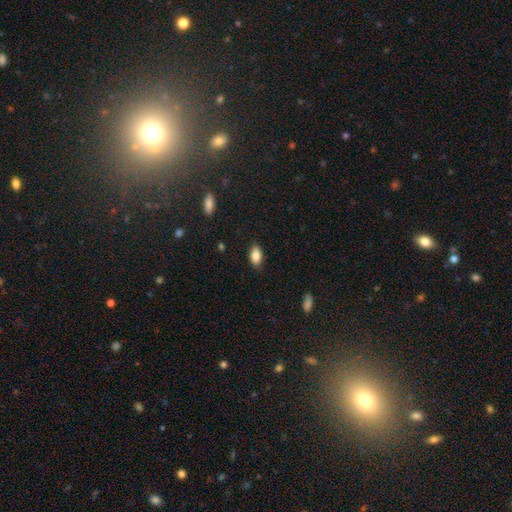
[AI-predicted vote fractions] A smooth galaxy with no disk features (85%) that is in between round and cigar-shaped (91%).

Vote fractions:
- Smooth or featured? smooth: 85% / star or artifact: 7% / featured or disk: 7%
- How rounded? in between: 91% / round: 5% / cigar-shaped: 3%
- Merging? none: 86% / minor disturbance: 11% / major disturbance: 2% / merger: 1%